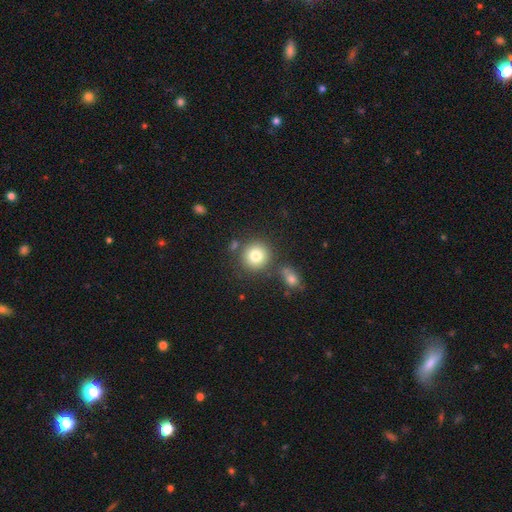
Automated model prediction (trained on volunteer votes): smooth_or_featured: smooth (p=0.80) [alt: star or artifact p=0.10]
how_rounded: round (p=0.92) [alt: in between p=0.07]
merging: none (p=0.78) [alt: merger p=0.09]